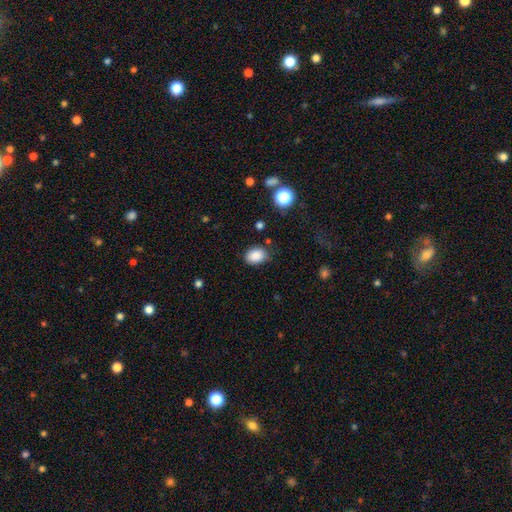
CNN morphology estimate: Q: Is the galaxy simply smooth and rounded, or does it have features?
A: smooth — 87%.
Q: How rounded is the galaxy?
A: in between — 73%.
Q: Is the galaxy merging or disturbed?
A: none — 80%.